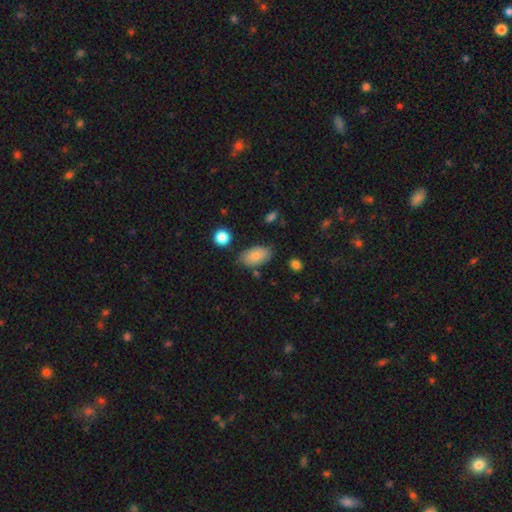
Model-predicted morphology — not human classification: This appears to be a smooth galaxy with no disk features (78%) that is in between round and cigar-shaped (93%). Merging: none (74%).